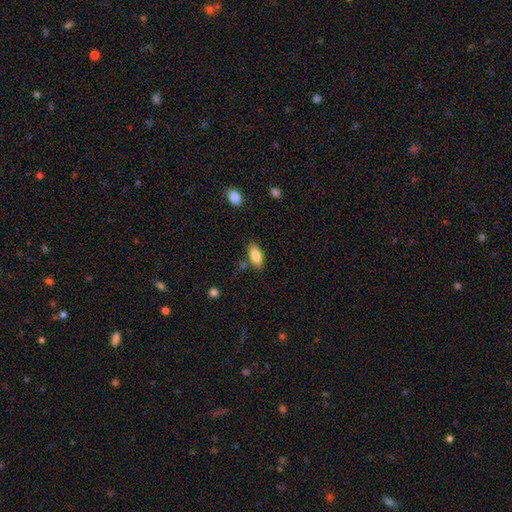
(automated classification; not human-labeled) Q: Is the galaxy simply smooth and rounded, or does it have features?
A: smooth — 85%.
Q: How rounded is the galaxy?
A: in between — 87%.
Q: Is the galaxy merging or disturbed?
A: none — 79%.